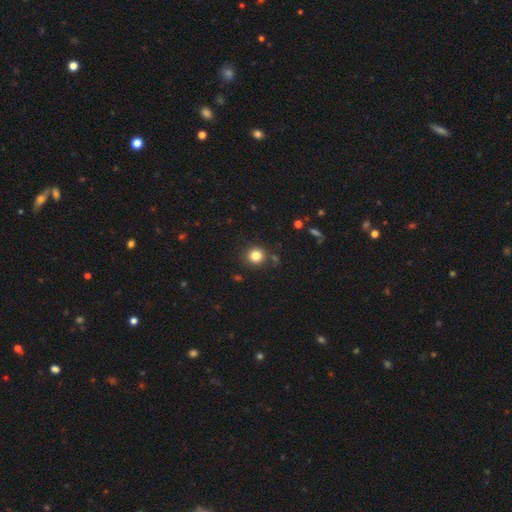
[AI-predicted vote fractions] Smooth or featured: smooth — 82% (star or artifact — 12%)
How rounded: round — 90% (in between — 9%)
Merging: none — 85% (minor disturbance — 9%)